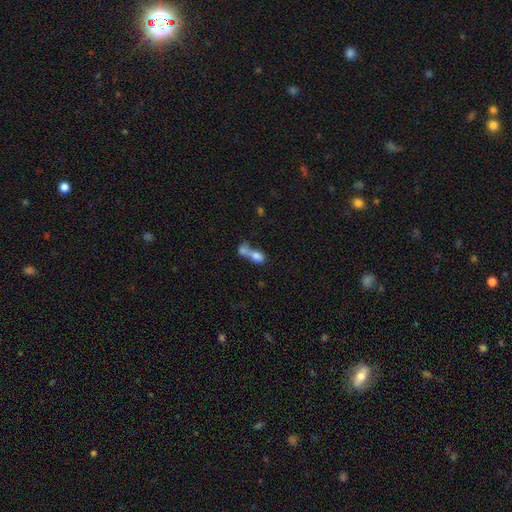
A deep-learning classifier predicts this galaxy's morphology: type=smooth (73%); roundness=in between (70%); merging=merger (75%).